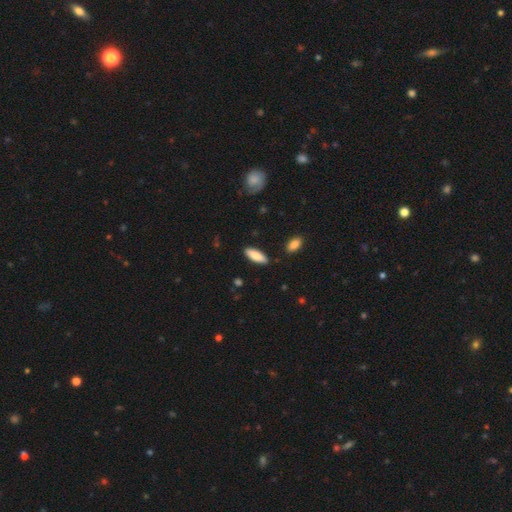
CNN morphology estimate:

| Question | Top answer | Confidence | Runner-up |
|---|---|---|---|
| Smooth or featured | smooth | 84% | featured or disk (10%) |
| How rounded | in between | 64% | cigar-shaped (34%) |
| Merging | none | 86% | minor disturbance (10%) |